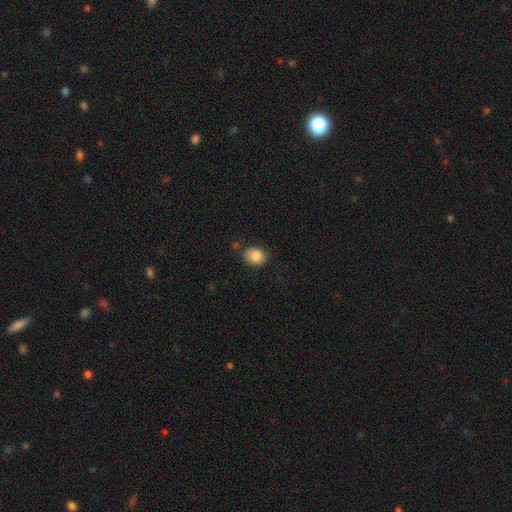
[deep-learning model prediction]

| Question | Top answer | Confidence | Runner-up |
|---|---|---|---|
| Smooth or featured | smooth | 84% | star or artifact (8%) |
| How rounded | in between | 55% | round (44%) |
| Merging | none | 75% | minor disturbance (17%) |